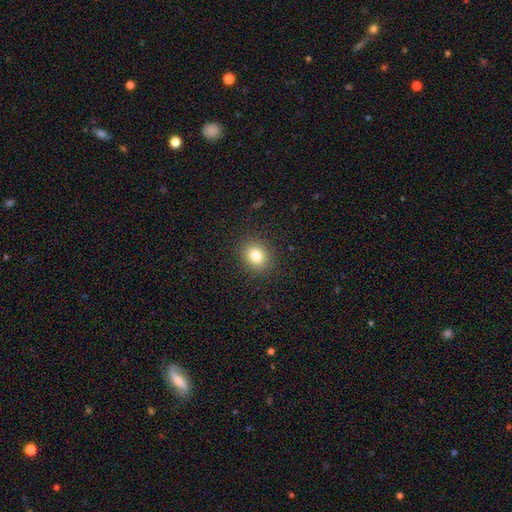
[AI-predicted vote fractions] A smooth galaxy with no disk features (81%) that is round (68%). Merging: none (89%).